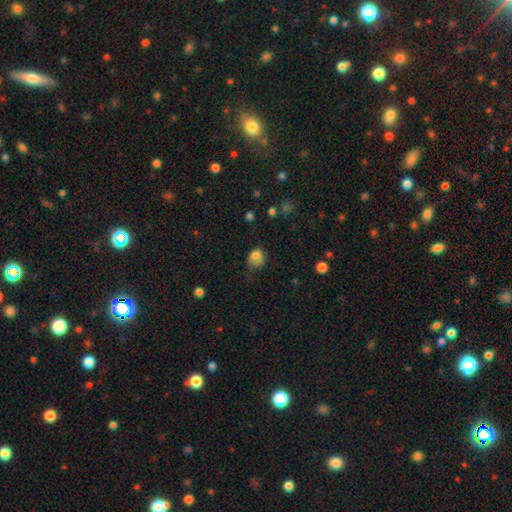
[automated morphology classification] type=smooth (75%); roundness=in between (50%); merging=minor disturbance (33%).